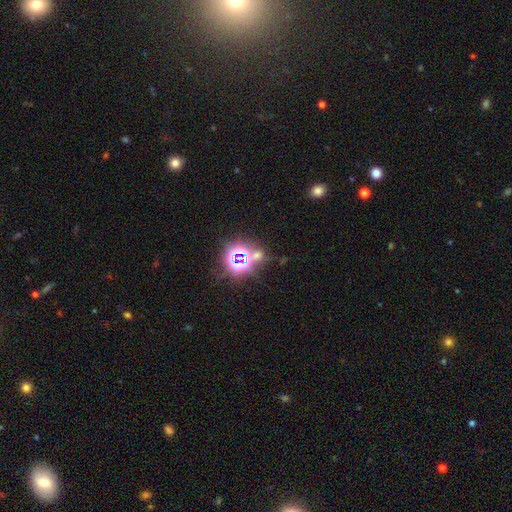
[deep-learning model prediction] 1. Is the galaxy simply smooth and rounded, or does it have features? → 71% star or artifact, 20% smooth, 9% featured or disk.